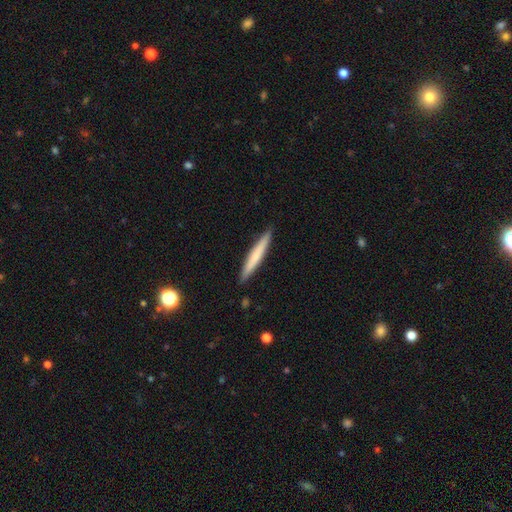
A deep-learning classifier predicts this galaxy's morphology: This is likely a smooth galaxy (64%). How rounded: clearly cigar-shaped (96%). Merging: clearly none (90%).